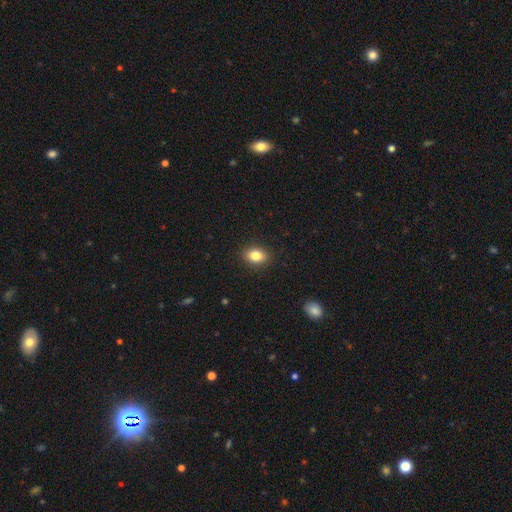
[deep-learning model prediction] smooth_or_featured: smooth (p=0.83) [alt: star or artifact p=0.09]
how_rounded: in between (p=0.71) [alt: round p=0.28]
merging: none (p=0.90) [alt: minor disturbance p=0.07]